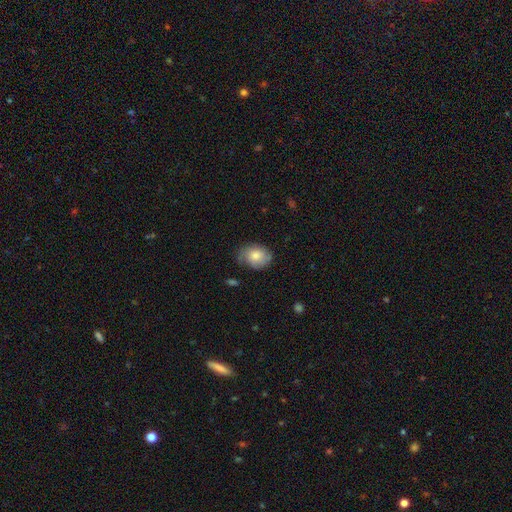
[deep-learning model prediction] Smooth or featured: smooth — 62% (featured or disk — 31%)
How rounded: in between — 63% (round — 36%)
Merging: none — 66% (minor disturbance — 25%)